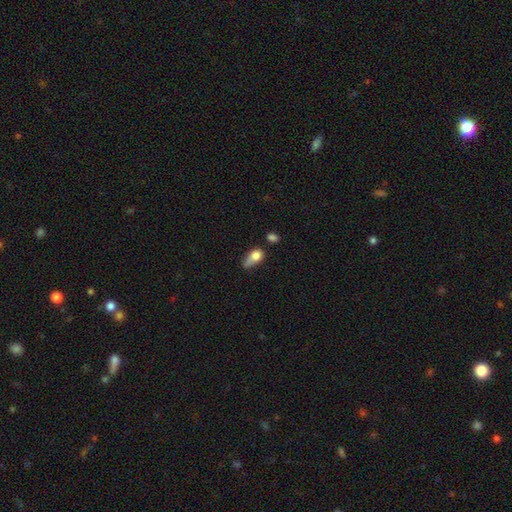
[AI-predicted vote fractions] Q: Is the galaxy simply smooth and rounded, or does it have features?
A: smooth — 74%.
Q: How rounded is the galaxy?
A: in between — 70%.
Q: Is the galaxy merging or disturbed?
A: minor disturbance — 31%.